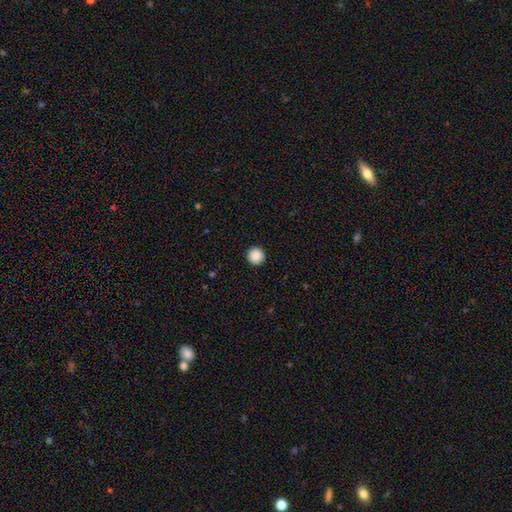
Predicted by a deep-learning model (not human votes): smooth 89%, star or artifact 9%, featured or disk 2%. Down the decision tree: how rounded — round (96%); merging — none (93%).